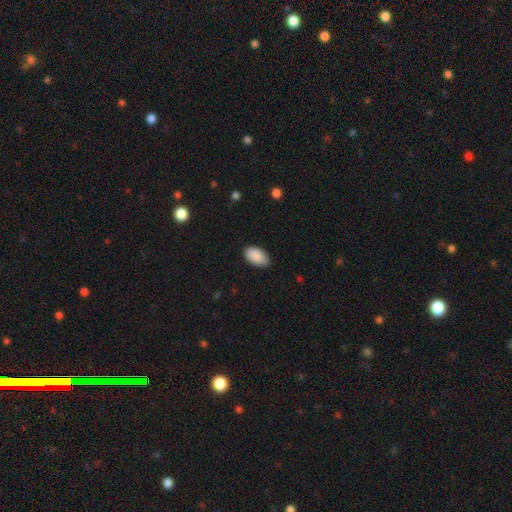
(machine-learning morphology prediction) smooth 90%, star or artifact 7%, featured or disk 3%. Down the decision tree: how rounded — in between (95%); merging — none (77%).